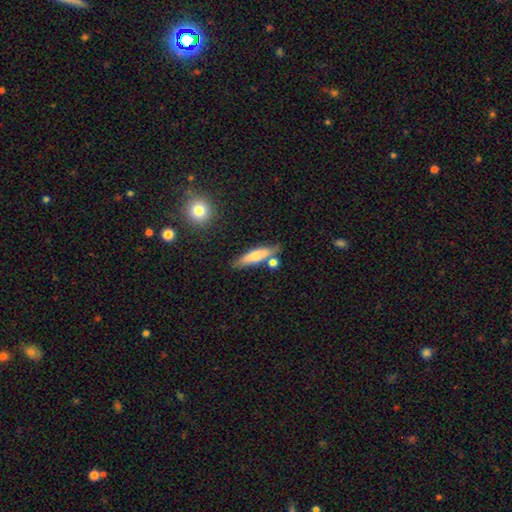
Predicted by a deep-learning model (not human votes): Overall: smooth (65%; featured or disk 28%). How rounded: cigar-shaped (72%). Merging: none (70%).